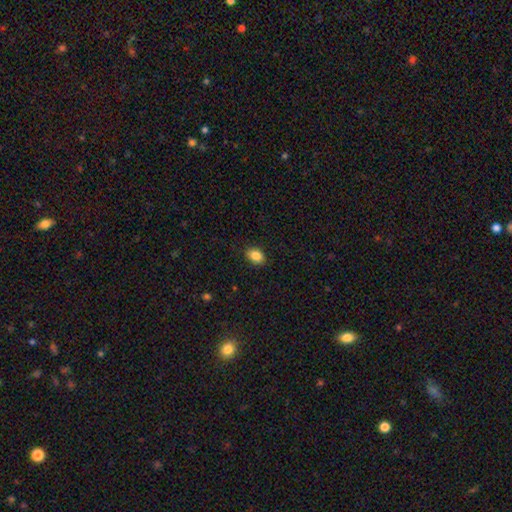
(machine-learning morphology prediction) type=smooth (86%); roundness=in between (72%); merging=none (88%).